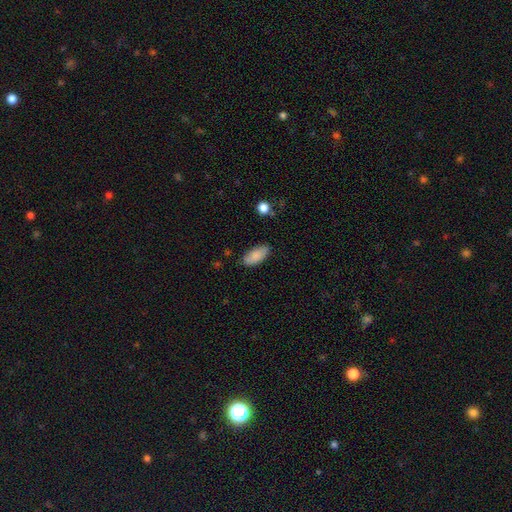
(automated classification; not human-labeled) A smooth galaxy with no disk features (86%) that is in between round and cigar-shaped (90%).

Vote fractions:
- Smooth or featured? smooth: 86% / featured or disk: 8% / star or artifact: 7%
- How rounded? in between: 90% / cigar-shaped: 8% / round: 2%
- Merging? none: 79% / minor disturbance: 16% / major disturbance: 3% / merger: 2%